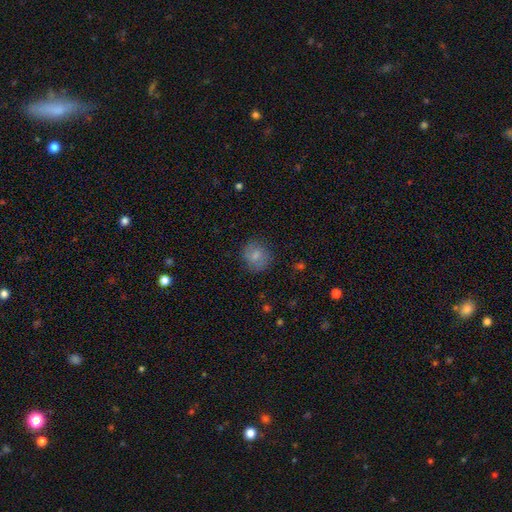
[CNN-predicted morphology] The model was most divided on "smooth or featured": smooth: 74%, featured or disk: 17%, star or artifact: 9%. More confident: how rounded — round (83%); merging — none (80%).